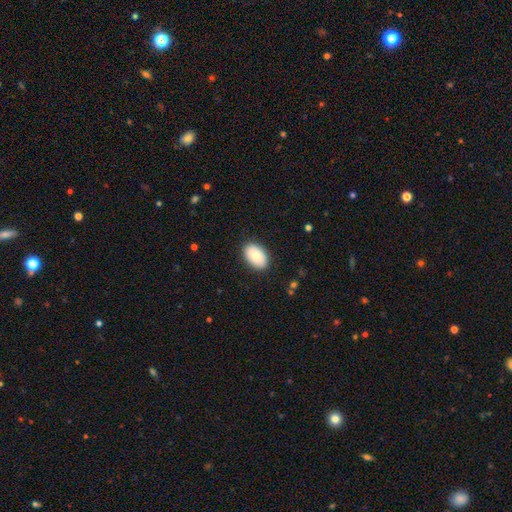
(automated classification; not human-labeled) Morphology: type=smooth (86%); roundness=in between (92%); merging=none (89%).